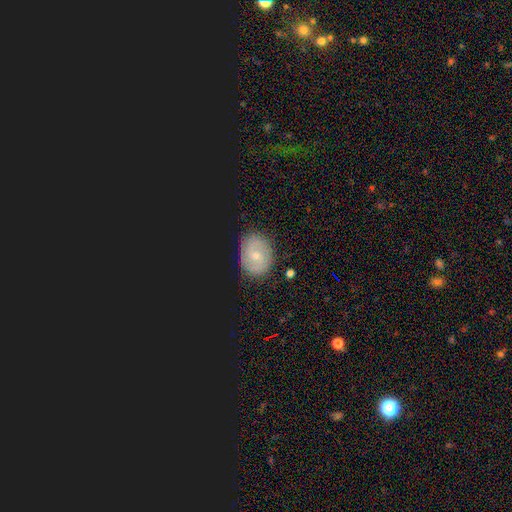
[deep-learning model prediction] smooth_or_featured: featured or disk (p=0.50) [alt: smooth p=0.34]
merging: none (p=0.84) [alt: minor disturbance p=0.12]